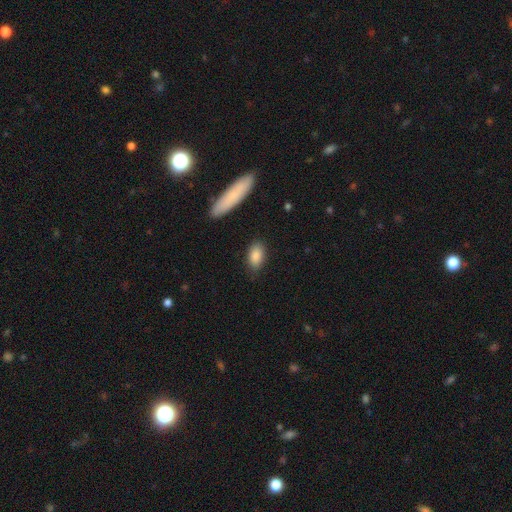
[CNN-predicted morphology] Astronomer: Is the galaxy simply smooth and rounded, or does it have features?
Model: smooth — 87%.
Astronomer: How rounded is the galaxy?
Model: in between — 89%.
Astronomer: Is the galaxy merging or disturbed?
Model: none — 82%.